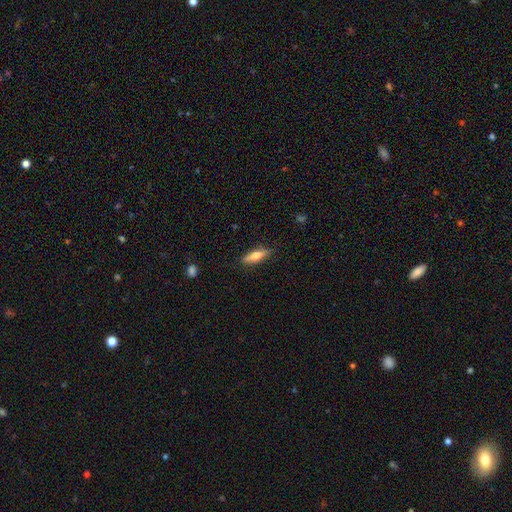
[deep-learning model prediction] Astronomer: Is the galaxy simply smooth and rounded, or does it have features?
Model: smooth — 56% (runner-up: featured or disk, 38%).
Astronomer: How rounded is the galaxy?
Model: cigar-shaped — 60% (runner-up: in between, 38%).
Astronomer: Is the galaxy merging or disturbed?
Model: none — 87%.